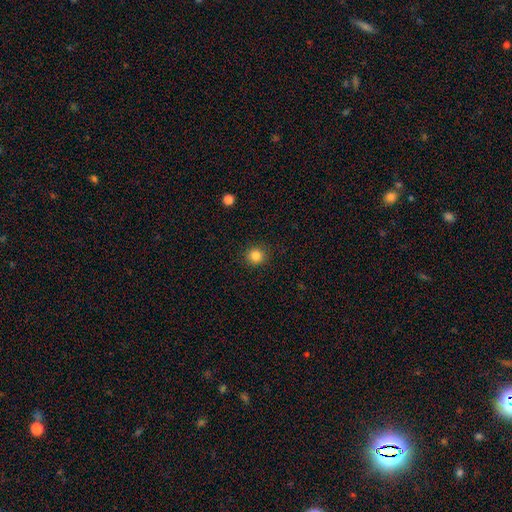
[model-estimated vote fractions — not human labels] This is clearly a smooth galaxy (84%). How rounded: clearly round (92%). Merging: clearly none (91%).